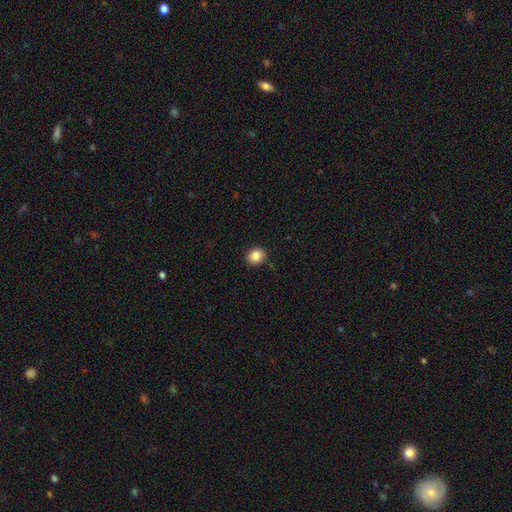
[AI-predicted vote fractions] Smooth or featured?
  - smooth: 85% *
  - star or artifact: 10%
  - featured or disk: 5%
How rounded?
  - round: 75% *
  - in between: 25%
  - cigar-shaped: 1%
Merging?
  - none: 89% *
  - minor disturbance: 8%
  - major disturbance: 2%
  - merger: 1%